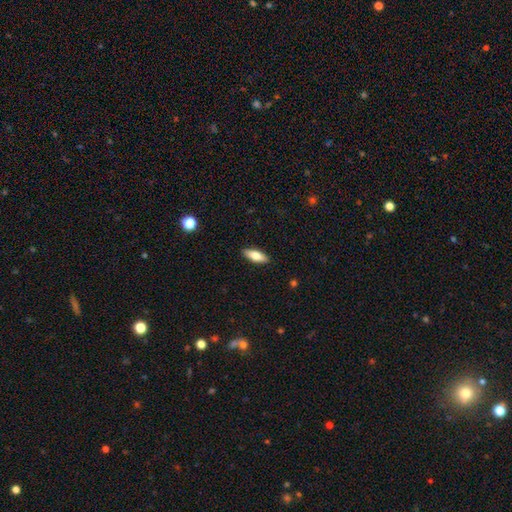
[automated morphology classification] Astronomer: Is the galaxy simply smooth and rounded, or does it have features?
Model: smooth — 71%.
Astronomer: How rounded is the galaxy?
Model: in between — 69%.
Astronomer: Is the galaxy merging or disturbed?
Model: none — 90%.